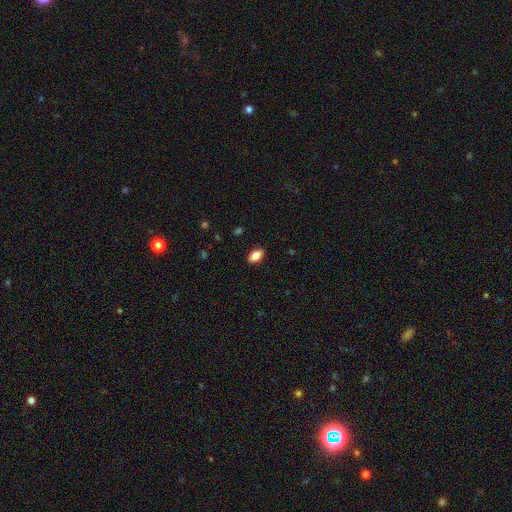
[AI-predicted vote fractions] Smooth or featured? smooth (85%)
How rounded? in between (89%)
Merging? none (88%)